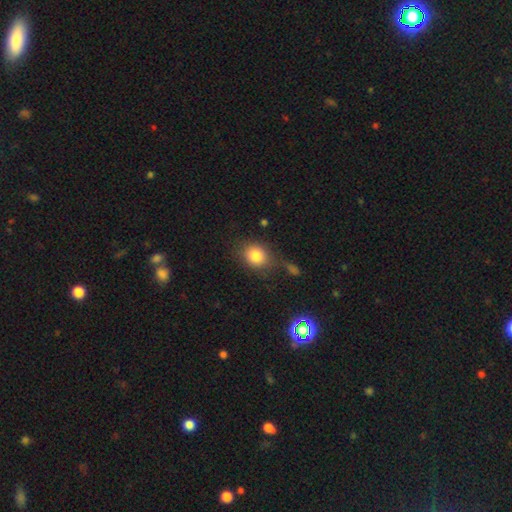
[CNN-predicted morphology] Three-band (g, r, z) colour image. It shows a smooth galaxy with no disk features (83%) that is round (65%). Merging: none (70%).